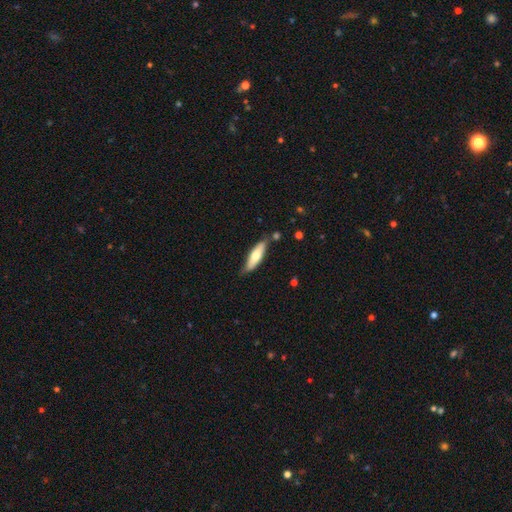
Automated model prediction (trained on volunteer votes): Overall: smooth (63%; featured or disk 32%). How rounded: cigar-shaped (56%; in between 42%). Merging: none (72%).